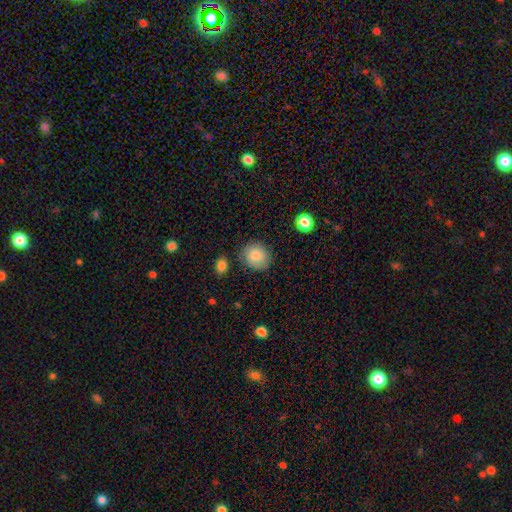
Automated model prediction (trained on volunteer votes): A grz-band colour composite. It shows a smooth galaxy with no disk features (84%) that is round (71%). Merging: none (79%).